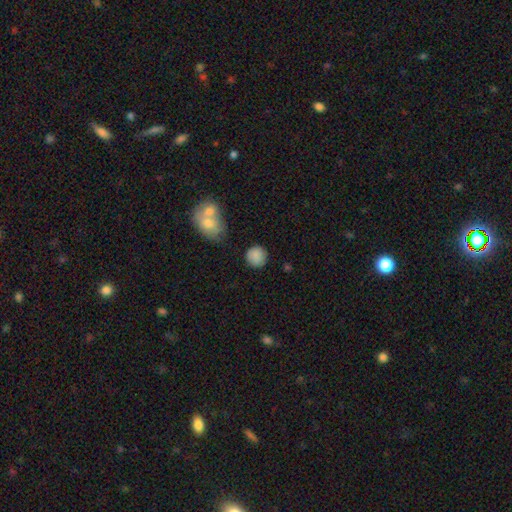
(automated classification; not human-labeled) Smooth or featured? Predicted: smooth (p=0.86). How rounded? Predicted: round (p=0.90). Merging? Predicted: none (p=0.81).